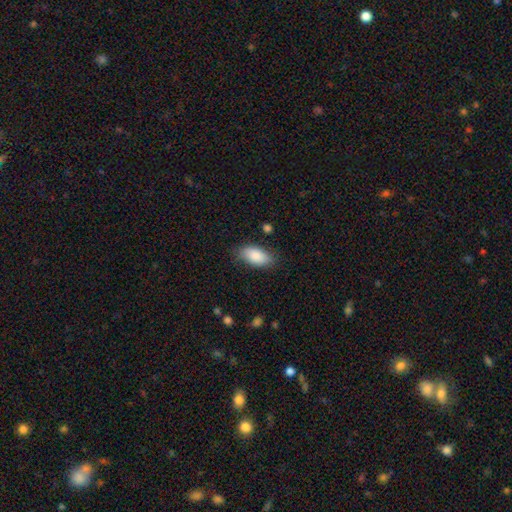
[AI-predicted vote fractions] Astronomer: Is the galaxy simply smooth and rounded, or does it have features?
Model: smooth — 86%.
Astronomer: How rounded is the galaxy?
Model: in between — 92%.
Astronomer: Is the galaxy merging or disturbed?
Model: none — 79%.